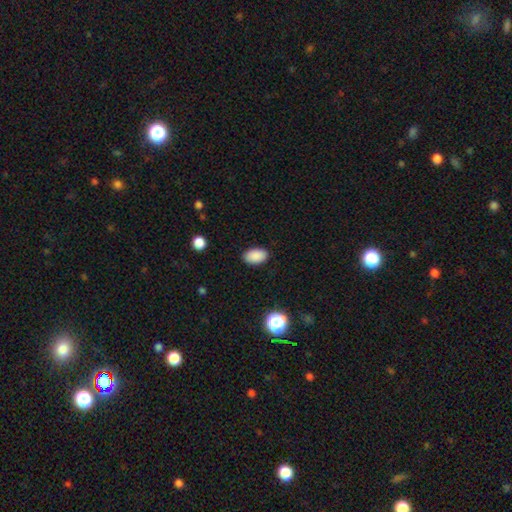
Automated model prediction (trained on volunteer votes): smooth-or-featured: smooth: 88% | star or artifact: 9% | featured or disk: 3%
  how-rounded: in between: 92% | round: 7% | cigar-shaped: 1%
  merging: none: 88% | minor disturbance: 8% | major disturbance: 2% | merger: 1%